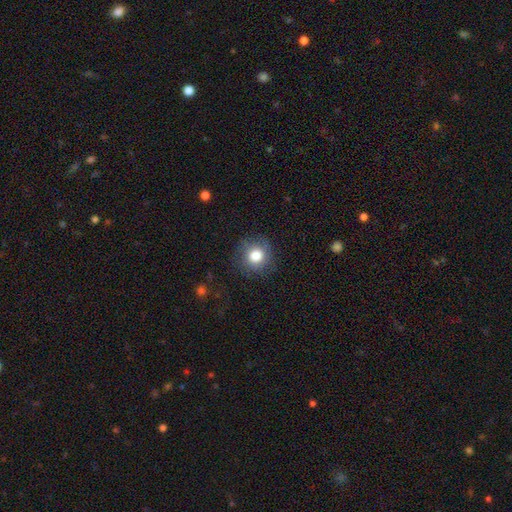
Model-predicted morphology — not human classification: Smooth or featured?
  - smooth: 80% *
  - featured or disk: 10%
  - star or artifact: 10%
How rounded?
  - round: 90% *
  - in between: 9%
  - cigar-shaped: 1%
Merging?
  - none: 80% *
  - minor disturbance: 13%
  - major disturbance: 6%
  - merger: 1%